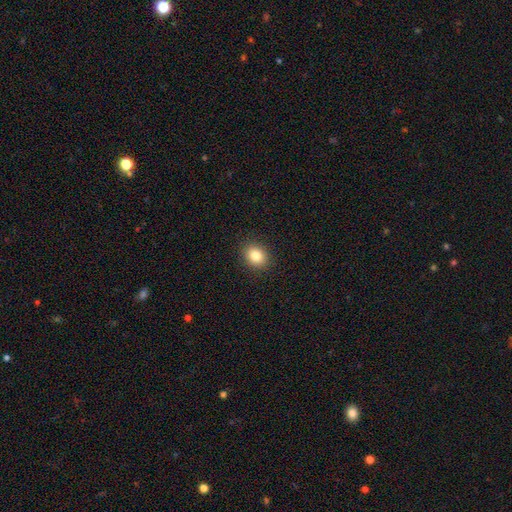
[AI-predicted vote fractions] Morphology: type=smooth (83%); roundness=round (60%); merging=none (91%).